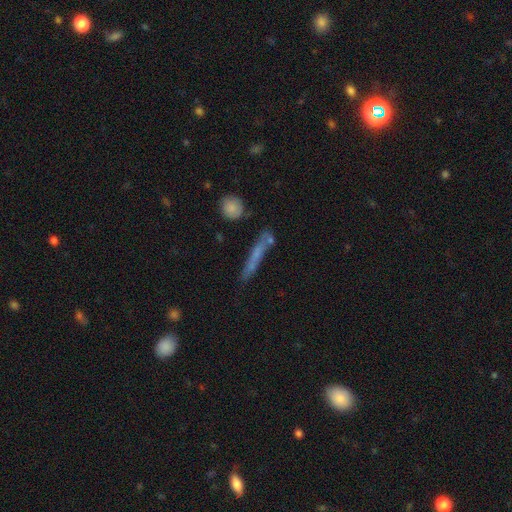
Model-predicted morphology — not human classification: A smooth galaxy with no disk features (54%) that is cigar-shaped (90%). Merging: none (69%).